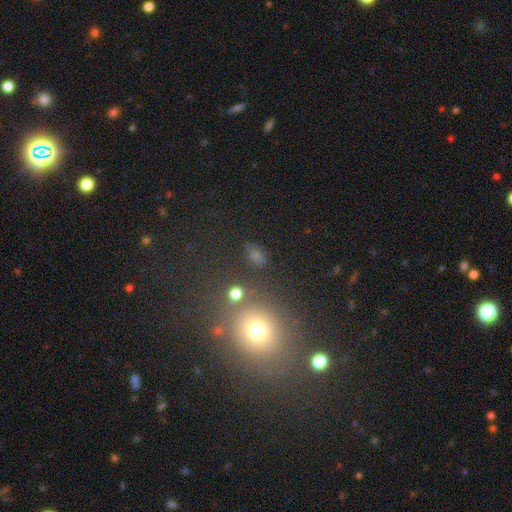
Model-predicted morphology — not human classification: smooth_or_featured: smooth (p=0.65) [alt: star or artifact p=0.26]
how_rounded: in between (p=0.59) [alt: round p=0.37]
merging: none (p=0.77) [alt: minor disturbance p=0.11]